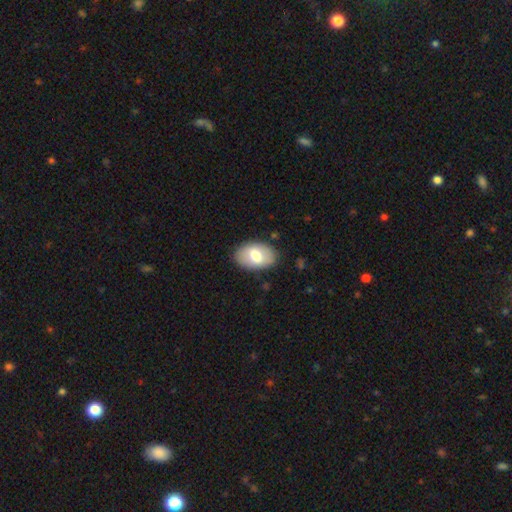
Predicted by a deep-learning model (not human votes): The model was most divided on "smooth or featured": smooth: 70%, featured or disk: 24%, star or artifact: 6%. More confident: how rounded — in between (89%); merging — none (85%).